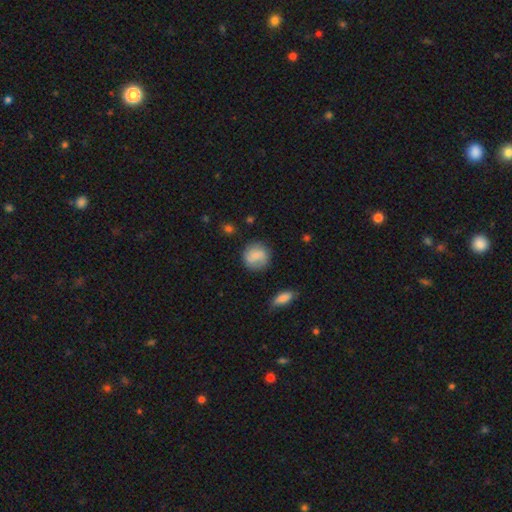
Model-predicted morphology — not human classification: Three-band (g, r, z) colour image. It shows a smooth galaxy with no disk features (65%) that is round (87%). Merging: none (77%).